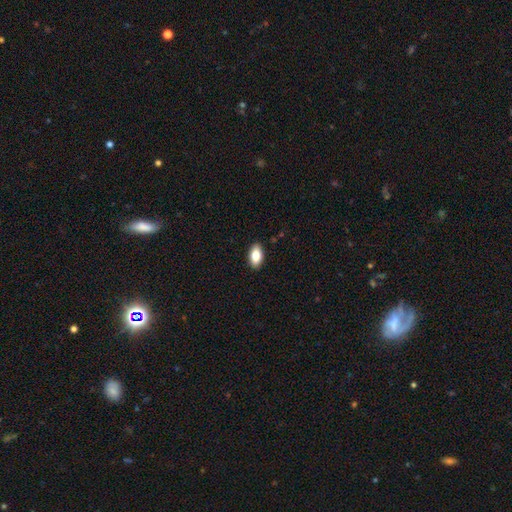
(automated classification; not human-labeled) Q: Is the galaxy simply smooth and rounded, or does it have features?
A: smooth — 83%.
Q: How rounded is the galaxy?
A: in between — 92%.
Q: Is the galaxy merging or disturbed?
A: none — 90%.